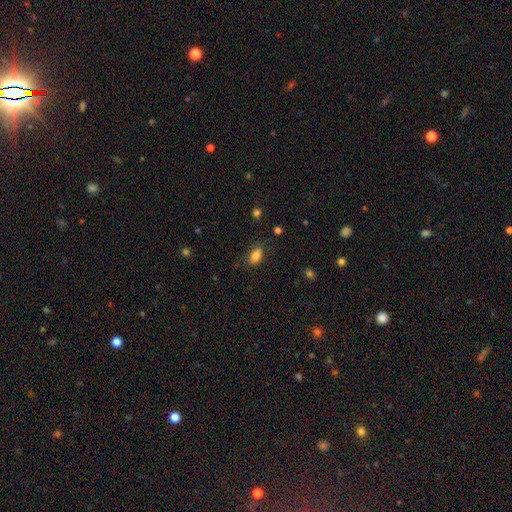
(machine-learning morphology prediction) A smooth galaxy with no disk features (84%) that is in between round and cigar-shaped (88%).

Vote fractions:
- Smooth or featured? smooth: 84% / star or artifact: 9% / featured or disk: 7%
- How rounded? in between: 88% / round: 8% / cigar-shaped: 3%
- Merging? none: 73% / minor disturbance: 20% / major disturbance: 6% / merger: 2%